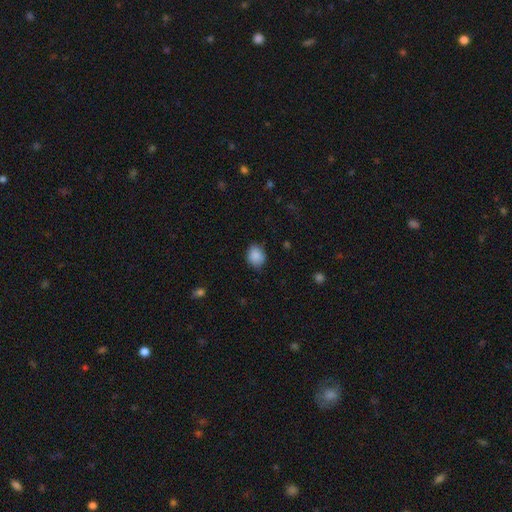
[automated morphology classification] smooth-or-featured: smooth: 88% | star or artifact: 8% | featured or disk: 4%
  how-rounded: round: 60% | in between: 39% | cigar-shaped: 1%
  merging: none: 82% | minor disturbance: 14% | major disturbance: 3% | merger: 1%